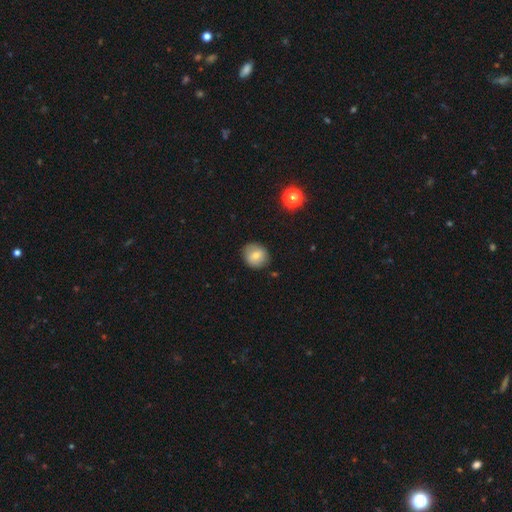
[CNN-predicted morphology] A smooth galaxy with no disk features (73%) that is round (84%).

Vote fractions:
- Smooth or featured? smooth: 73% / featured or disk: 17% / star or artifact: 9%
- How rounded? round: 84% / in between: 15% / cigar-shaped: 1%
- Merging? none: 84% / minor disturbance: 11% / major disturbance: 3% / merger: 2%